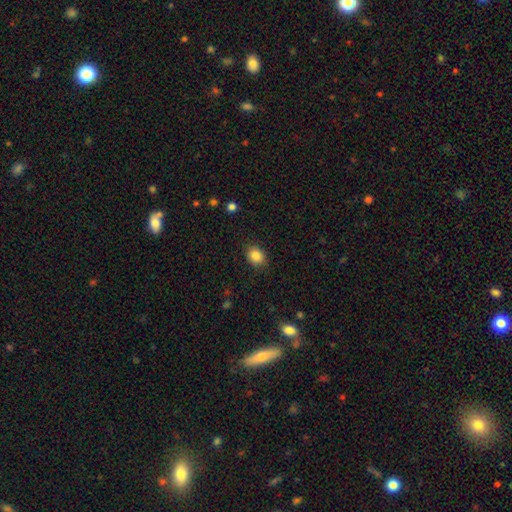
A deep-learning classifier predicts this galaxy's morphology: Q: Smooth or featured?
A: smooth (86%); runner-up: star or artifact (9%)
Q: How rounded?
A: in between (51%); runner-up: round (48%)
Q: Merging?
A: none (86%); runner-up: minor disturbance (10%)